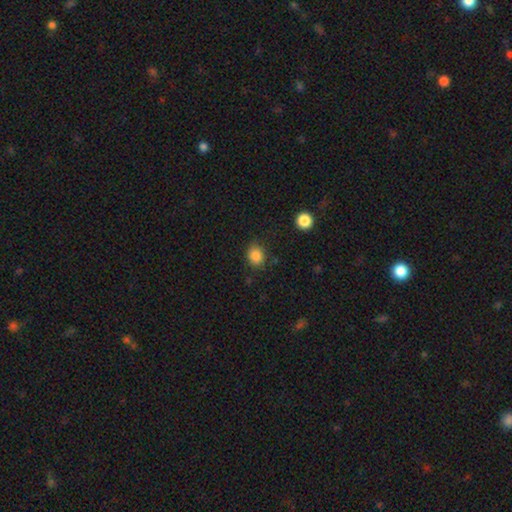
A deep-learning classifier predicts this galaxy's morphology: smooth_or_featured: smooth (p=0.86) [alt: star or artifact p=0.10]
how_rounded: round (p=0.67) [alt: in between p=0.32]
merging: none (p=0.80) [alt: minor disturbance p=0.14]